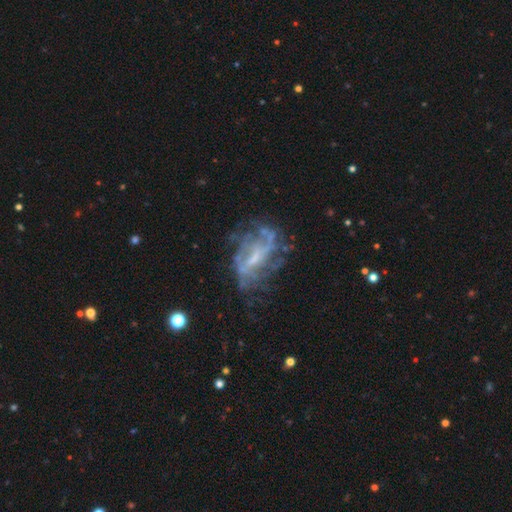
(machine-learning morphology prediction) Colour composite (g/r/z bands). It shows a featured or disk galaxy (78%) with a weak bar (45%), medium (40%) spiral arms (73%) and a small central bulge (44%). Merging: none (54%).